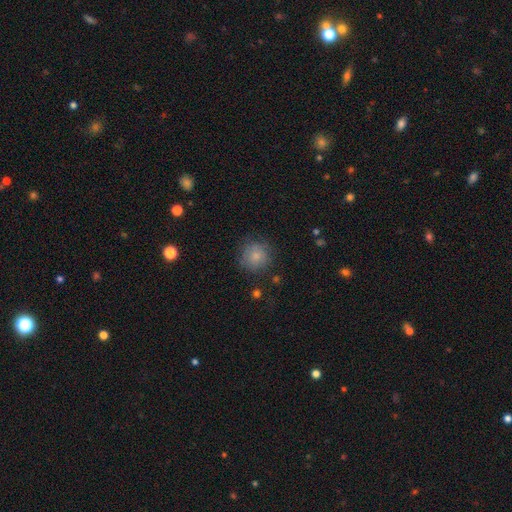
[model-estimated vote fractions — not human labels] smooth-or-featured: smooth: 80% | featured or disk: 11% | star or artifact: 9%
  how-rounded: round: 91% | in between: 8% | cigar-shaped: 1%
  merging: none: 77% | minor disturbance: 16% | major disturbance: 5% | merger: 2%